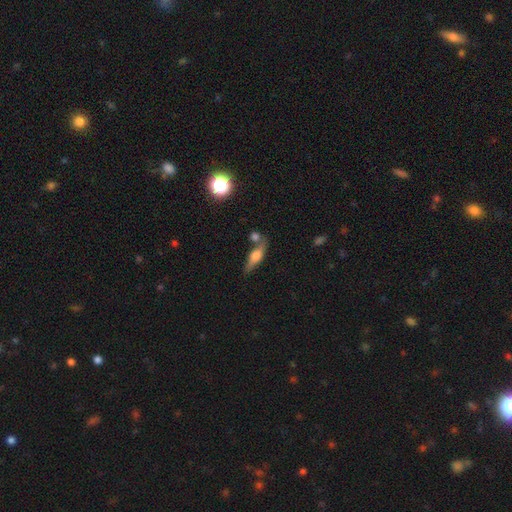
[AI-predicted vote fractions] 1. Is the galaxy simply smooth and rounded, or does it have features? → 47% featured or disk, 45% smooth, 9% star or artifact.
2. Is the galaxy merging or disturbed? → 62% none, 18% merger, 15% minor disturbance, 5% major disturbance.